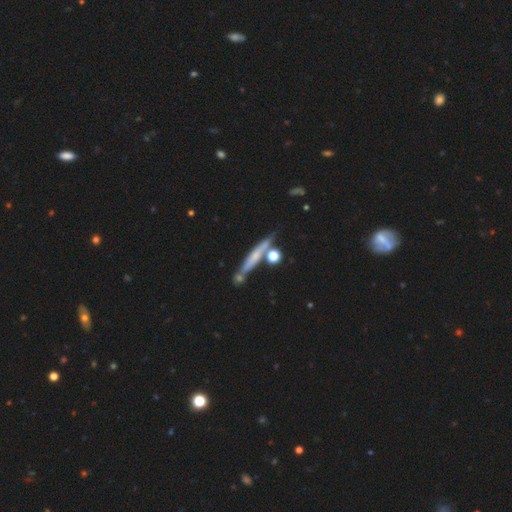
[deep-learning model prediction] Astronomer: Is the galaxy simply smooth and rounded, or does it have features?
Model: featured or disk — 52% (runner-up: smooth, 38%).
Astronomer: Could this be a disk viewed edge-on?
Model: yes — 91%.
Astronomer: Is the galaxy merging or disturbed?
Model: none — 70%.